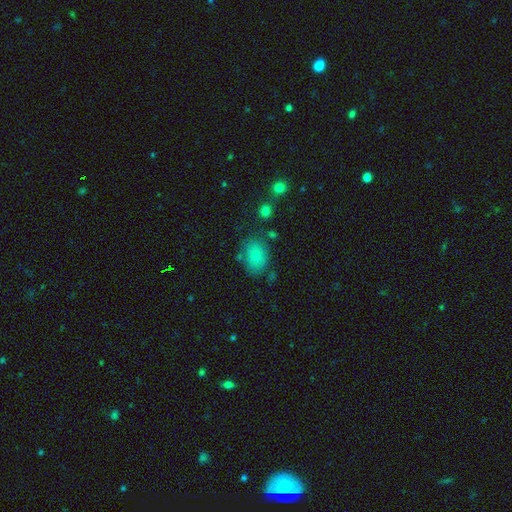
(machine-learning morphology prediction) Smooth or featured? Predicted: smooth (p=0.79). How rounded? Predicted: in between (p=0.67). Merging? Predicted: none (p=0.72).